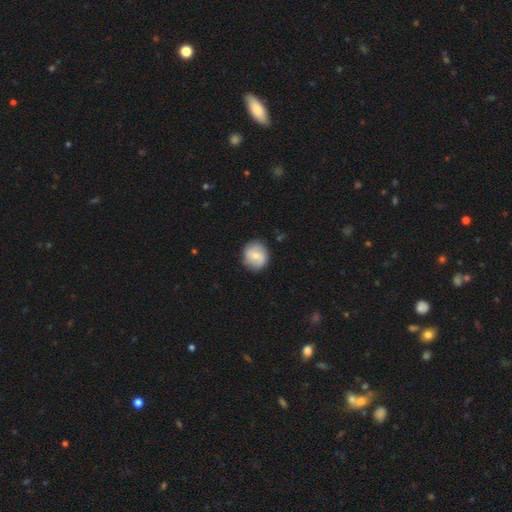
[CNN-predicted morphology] Smooth or featured?
  - smooth: 52% *
  - featured or disk: 41%
  - star or artifact: 7%
How rounded?
  - round: 80% *
  - in between: 19%
  - cigar-shaped: 1%
Merging?
  - none: 83% *
  - minor disturbance: 13%
  - major disturbance: 3%
  - merger: 1%